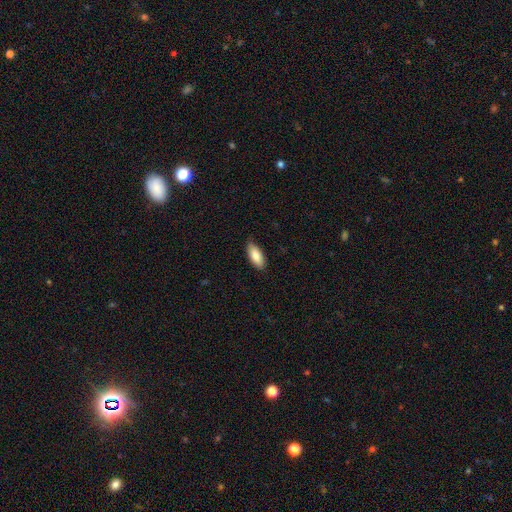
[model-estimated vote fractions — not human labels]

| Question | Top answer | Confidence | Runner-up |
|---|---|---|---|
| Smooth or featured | smooth | 84% | featured or disk (10%) |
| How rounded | in between | 83% | cigar-shaped (15%) |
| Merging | none | 83% | minor disturbance (14%) |